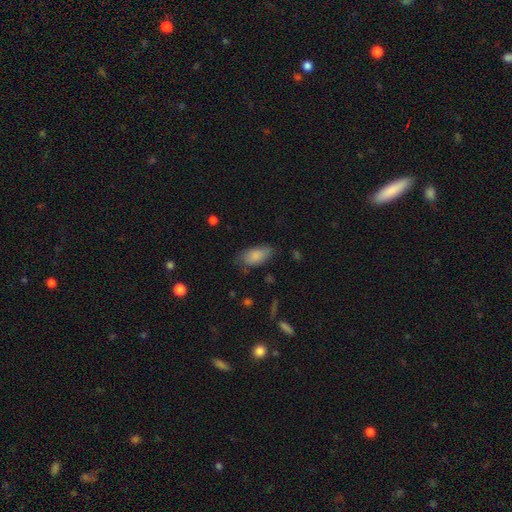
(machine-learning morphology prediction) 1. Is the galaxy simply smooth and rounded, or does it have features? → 82% smooth, 11% featured or disk, 7% star or artifact.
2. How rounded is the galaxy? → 91% in between, 5% cigar-shaped, 4% round.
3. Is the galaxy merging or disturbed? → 64% none, 27% minor disturbance, 7% major disturbance, 2% merger.